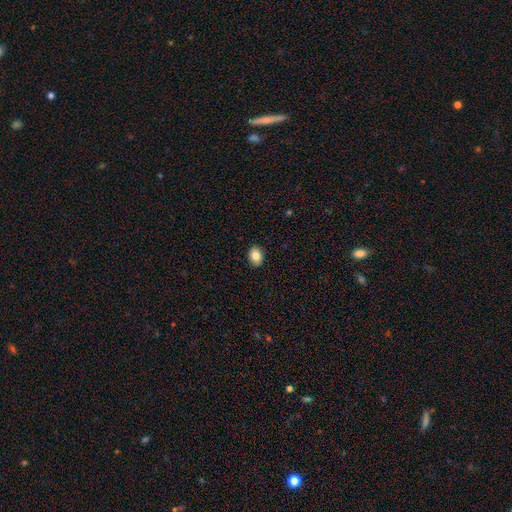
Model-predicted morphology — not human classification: smooth_or_featured: smooth (p=0.84) [alt: star or artifact p=0.09]
how_rounded: in between (p=0.64) [alt: round p=0.35]
merging: none (p=0.90) [alt: minor disturbance p=0.08]